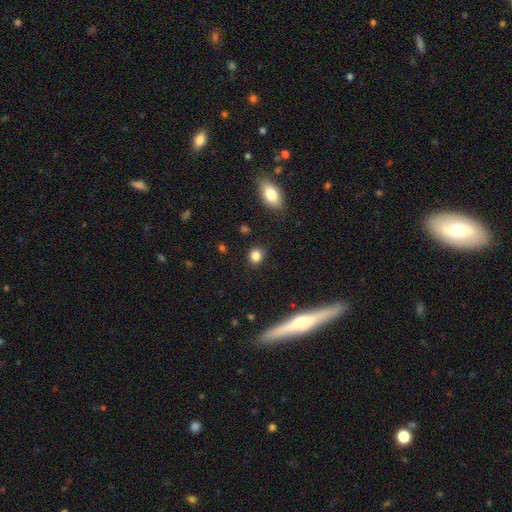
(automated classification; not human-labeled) smooth_or_featured: smooth (p=0.84) [alt: star or artifact p=0.11]
how_rounded: round (p=0.73) [alt: in between p=0.26]
merging: none (p=0.86) [alt: minor disturbance p=0.09]